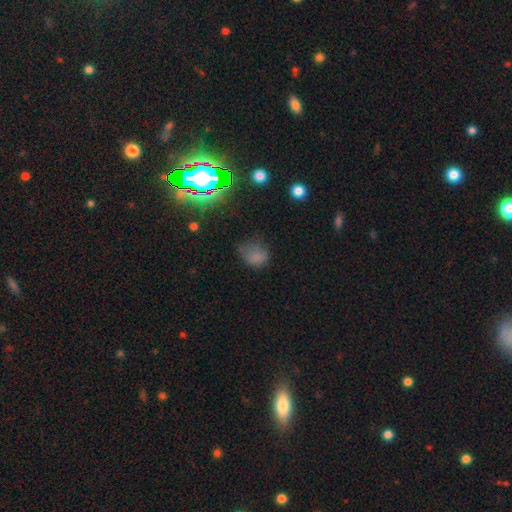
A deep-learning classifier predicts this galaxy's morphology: A smooth galaxy with no disk features (70%) that is round (51%).

Vote fractions:
- Smooth or featured? smooth: 70% / star or artifact: 20% / featured or disk: 10%
- How rounded? round: 51% / in between: 48% / cigar-shaped: 1%
- Merging? none: 44% / minor disturbance: 33% / major disturbance: 20% / merger: 2%